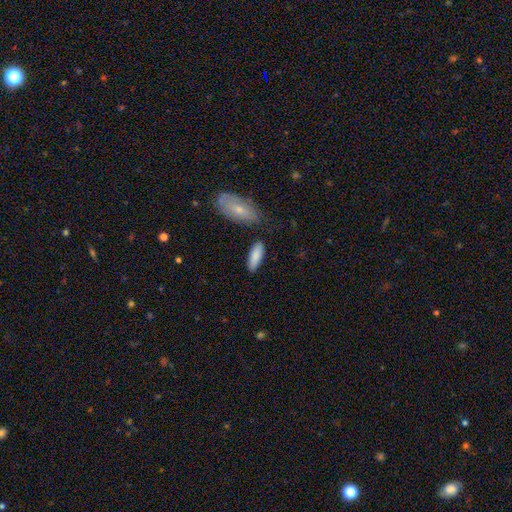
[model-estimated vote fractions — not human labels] smooth_or_featured: smooth (p=0.86) [alt: featured or disk p=0.08]
how_rounded: in between (p=0.66) [alt: cigar-shaped p=0.32]
merging: none (p=0.79) [alt: minor disturbance p=0.13]